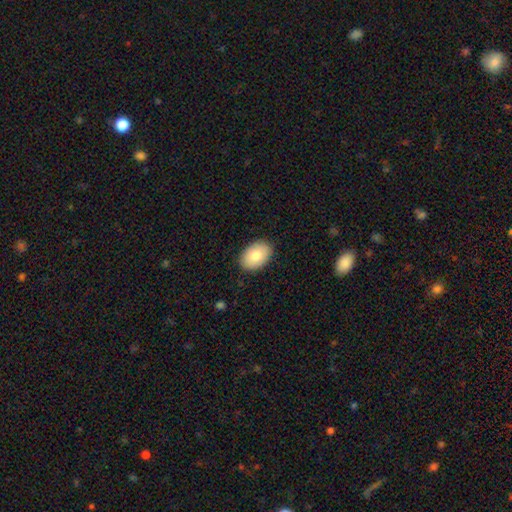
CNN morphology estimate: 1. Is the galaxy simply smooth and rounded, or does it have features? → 83% smooth, 10% featured or disk, 6% star or artifact.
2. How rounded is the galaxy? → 88% in between, 11% round, 1% cigar-shaped.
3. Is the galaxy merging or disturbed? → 88% none, 9% minor disturbance, 2% major disturbance, 1% merger.